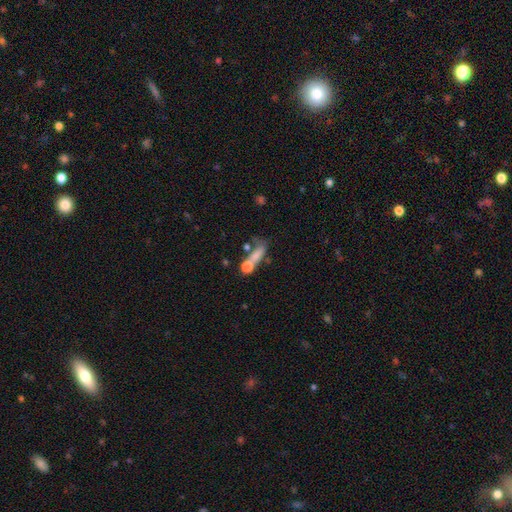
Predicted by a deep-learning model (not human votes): Smooth or featured?
  - smooth: 68% *
  - featured or disk: 20%
  - star or artifact: 13%
How rounded?
  - in between: 50% *
  - cigar-shaped: 31%
  - round: 19%
Merging?
  - merger: 36% *
  - none: 31%
  - major disturbance: 18%
  - minor disturbance: 14%